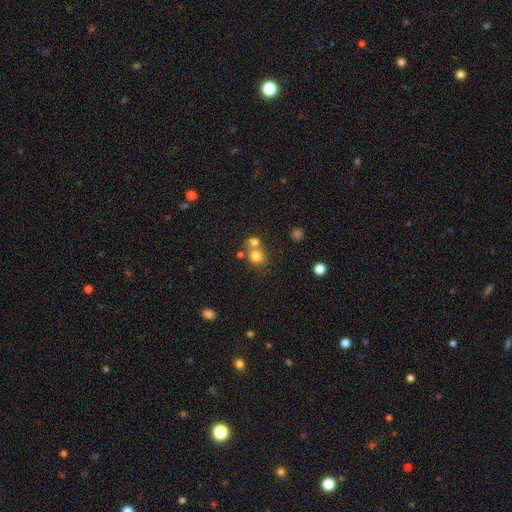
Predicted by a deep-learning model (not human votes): Smooth or featured? smooth (77%)
How rounded? round (80%)
Merging? none (47%)